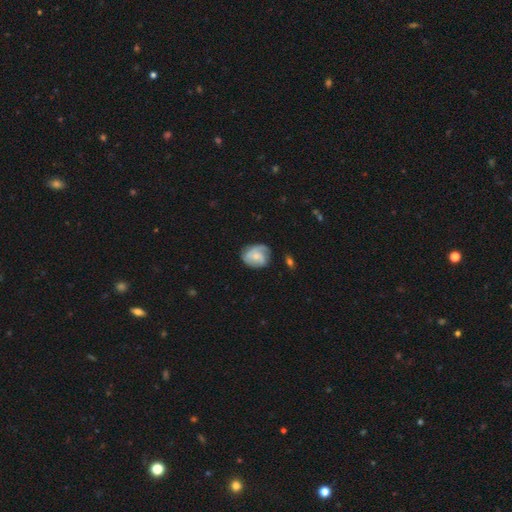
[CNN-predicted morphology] Overall: featured or disk (63%; smooth 31%). Edge-on disk: no (98%). Bar: no (66%; weak 29%). Spiral arms: yes (87%). Spiral arm count: 2 (38%; can't tell 25%). Spiral winding: tight (46%; medium 37%). Bulge size: small (53%; moderate 36%). Merging: none (61%; minor disturbance 26%).